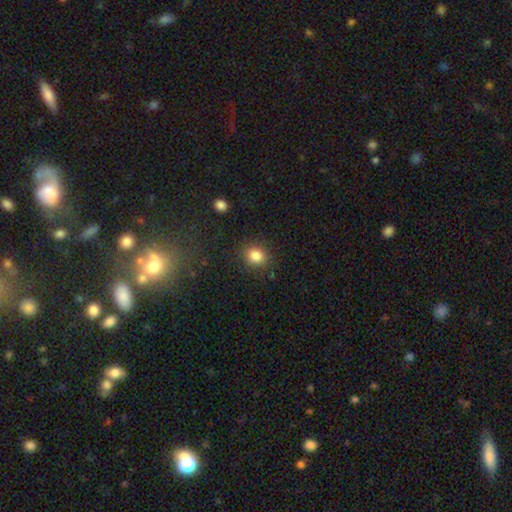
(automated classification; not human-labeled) Morphology: type=smooth (84%); roundness=round (65%); merging=none (85%).